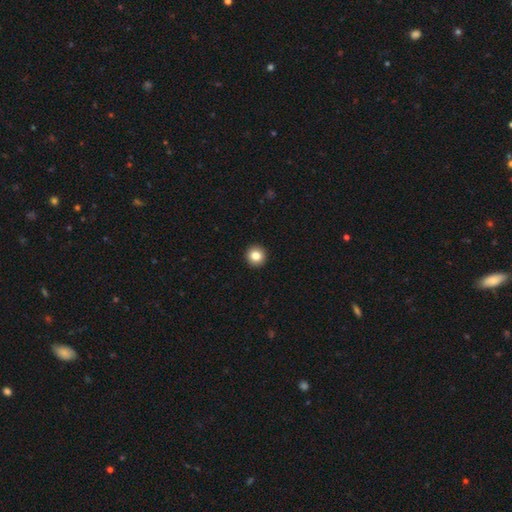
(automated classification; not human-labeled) This appears to be a smooth galaxy with no disk features (83%) that is round (95%). Merging: none (94%).